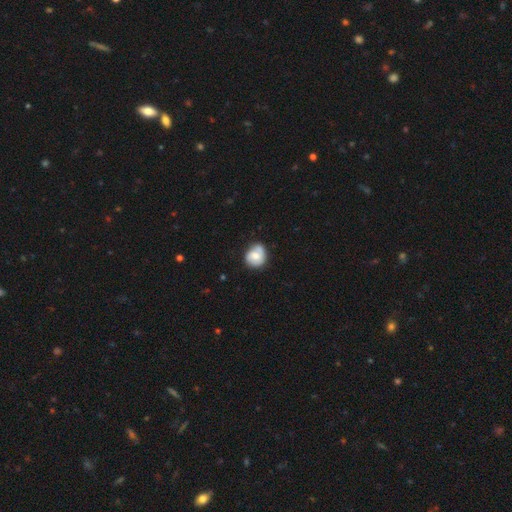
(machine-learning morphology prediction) Smooth or featured: smooth — 57% (featured or disk — 35%)
How rounded: round — 71% (in between — 28%)
Merging: none — 63% (minor disturbance — 28%)